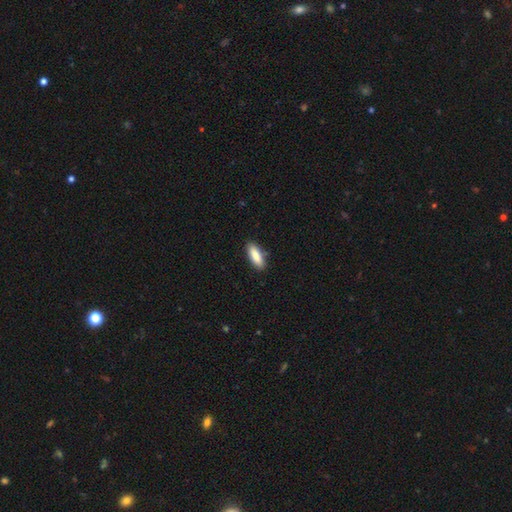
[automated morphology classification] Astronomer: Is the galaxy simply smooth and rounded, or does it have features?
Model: smooth — 84%.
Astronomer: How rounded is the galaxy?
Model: in between — 66%.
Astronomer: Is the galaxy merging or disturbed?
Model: none — 88%.